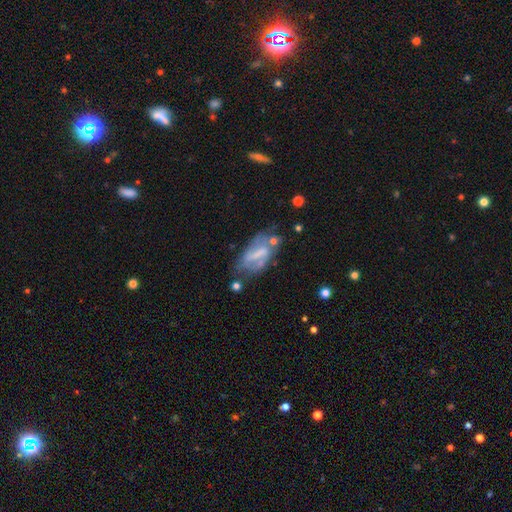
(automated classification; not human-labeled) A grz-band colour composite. It shows a featured or disk galaxy (61%) with a strong bar (46%), spiral arms (54%) and no central bulge (50%). Merging: none (43%).